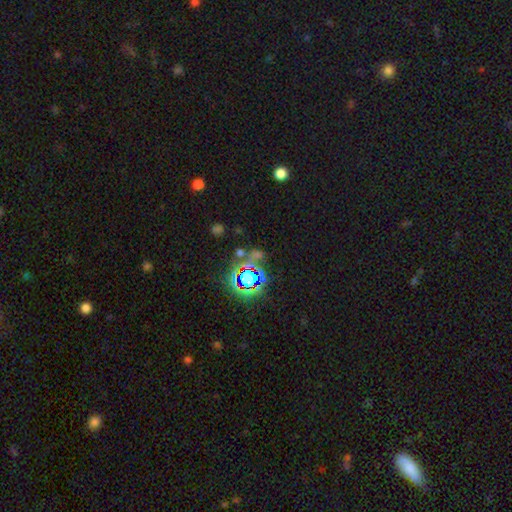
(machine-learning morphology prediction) A star or artifact, not a galaxy (70%).

Vote fractions:
- Smooth or featured? star or artifact: 70% / smooth: 19% / featured or disk: 11%